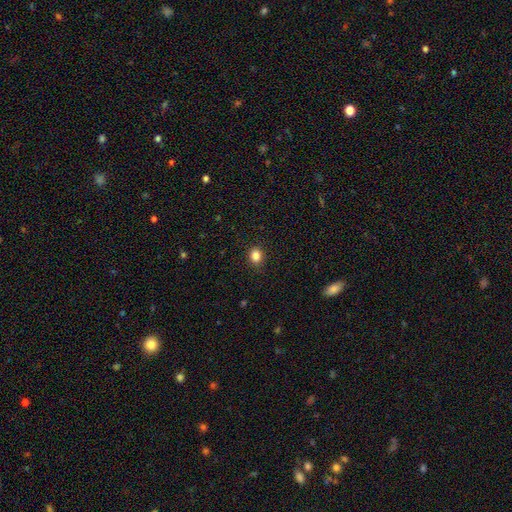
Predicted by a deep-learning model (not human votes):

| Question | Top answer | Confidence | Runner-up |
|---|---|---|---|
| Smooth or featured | smooth | 85% | star or artifact (11%) |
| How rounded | round | 53% | in between (46%) |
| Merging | none | 86% | minor disturbance (10%) |